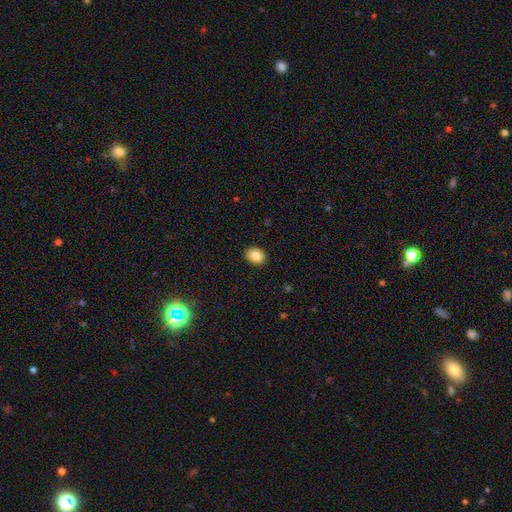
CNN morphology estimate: A smooth galaxy with no disk features (85%) that is in between round and cigar-shaped (58%). Merging: none (90%).